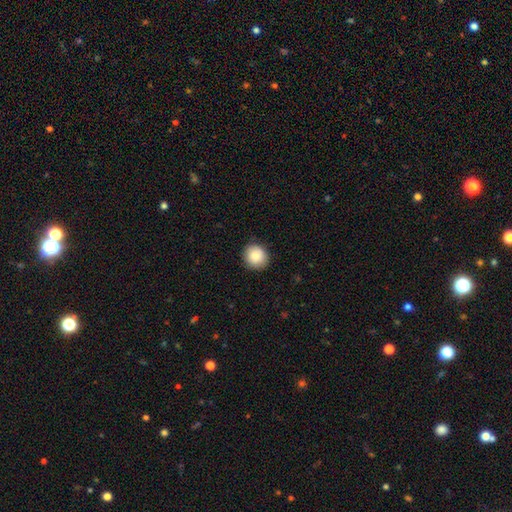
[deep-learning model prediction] smooth 86%, star or artifact 8%, featured or disk 6%. Down the decision tree: how rounded — round (89%); merging — none (88%).